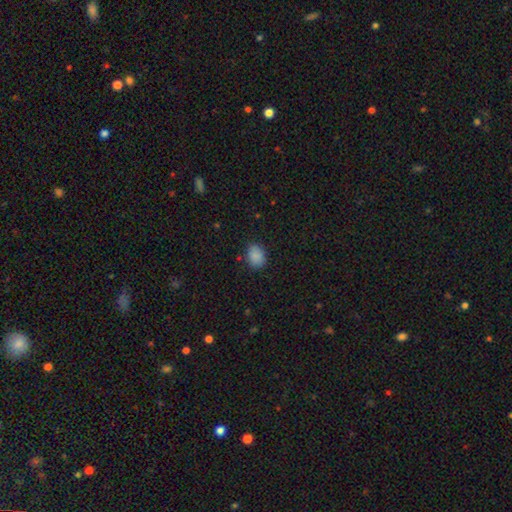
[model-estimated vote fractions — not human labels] smooth_or_featured: smooth (p=0.88) [alt: star or artifact p=0.09]
how_rounded: in between (p=0.67) [alt: round p=0.32]
merging: none (p=0.81) [alt: minor disturbance p=0.14]